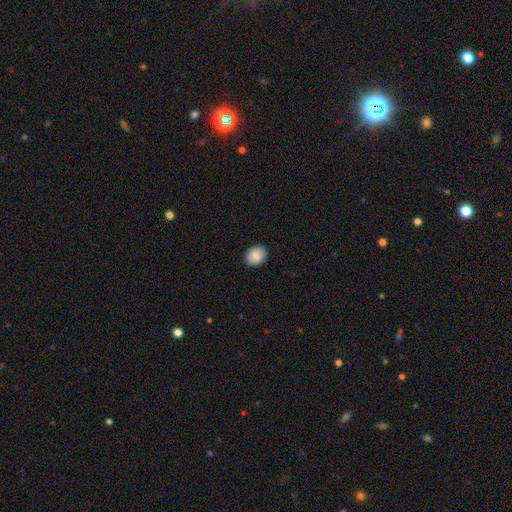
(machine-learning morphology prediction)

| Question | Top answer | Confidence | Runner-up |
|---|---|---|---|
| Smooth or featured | smooth | 87% | star or artifact (7%) |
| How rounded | round | 53% | in between (46%) |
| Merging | none | 89% | minor disturbance (8%) |